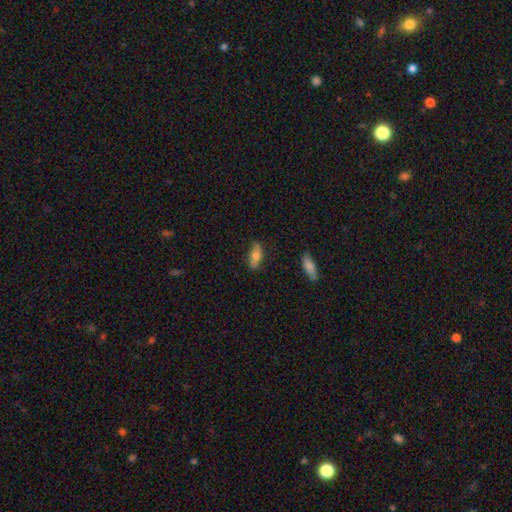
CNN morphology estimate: Smooth or featured? smooth (65%)
How rounded? in between (72%)
Merging? none (81%)